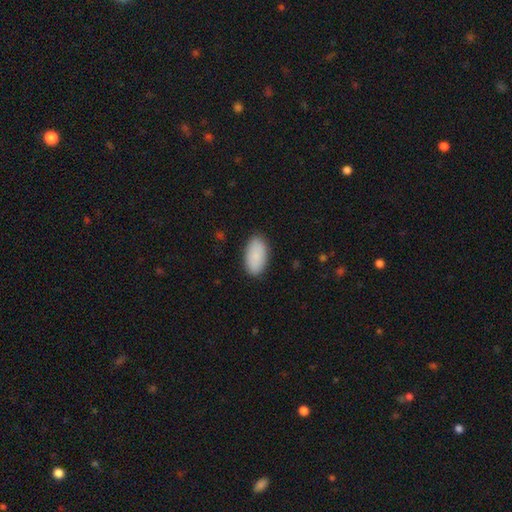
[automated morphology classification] The model was most divided on "merging": none: 87%, minor disturbance: 10%, major disturbance: 2%, merger: 1%. More confident: how rounded — in between (95%); smooth or featured — smooth (88%).